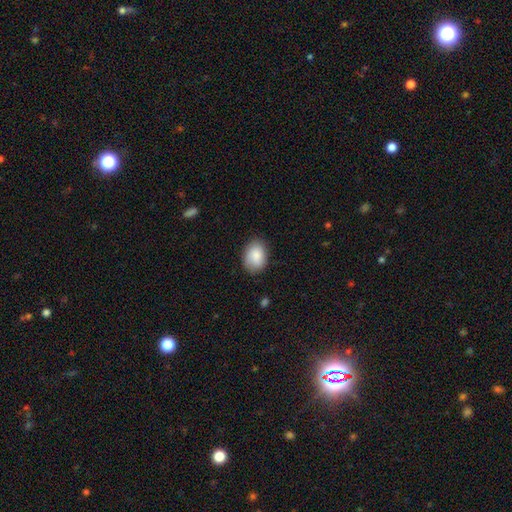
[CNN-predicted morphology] Overall: smooth (87%). How rounded: in between (79%). Merging: none (81%).